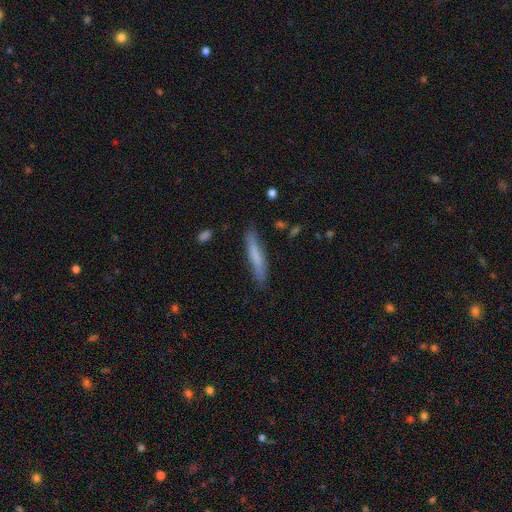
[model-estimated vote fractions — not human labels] smooth 70%, featured or disk 24%, star or artifact 6%. Down the decision tree: how rounded — cigar-shaped (92%); merging — none (83%).